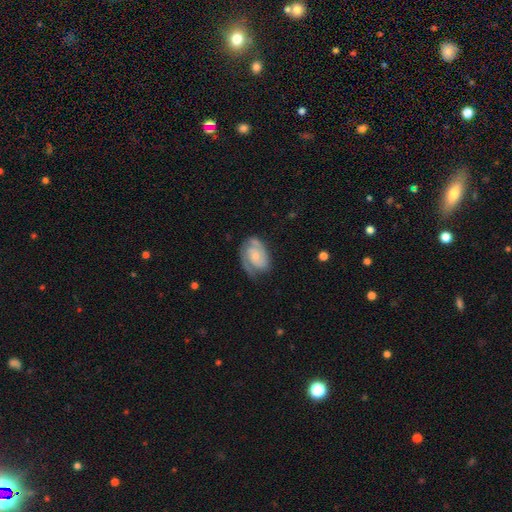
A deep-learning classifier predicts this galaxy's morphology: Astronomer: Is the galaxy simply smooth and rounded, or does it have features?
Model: featured or disk — 77%.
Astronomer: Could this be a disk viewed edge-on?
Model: no — 97%.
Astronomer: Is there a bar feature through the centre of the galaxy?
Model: no — 64%.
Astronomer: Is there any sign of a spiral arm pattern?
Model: yes — 94%.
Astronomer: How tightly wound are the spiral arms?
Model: tight — 50% (runner-up: medium, 39%).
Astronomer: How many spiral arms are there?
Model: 2 — 68%.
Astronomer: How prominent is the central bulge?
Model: small — 50% (runner-up: moderate, 29%).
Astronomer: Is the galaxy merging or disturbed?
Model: none — 60%.